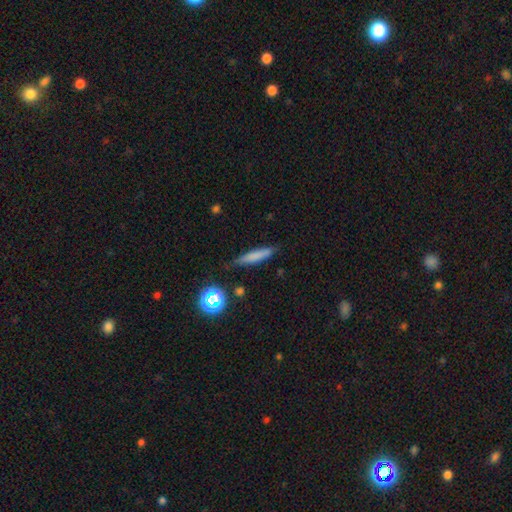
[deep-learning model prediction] Q: Smooth or featured?
A: smooth (71%); runner-up: featured or disk (18%)
Q: How rounded?
A: cigar-shaped (86%); runner-up: in between (11%)
Q: Merging?
A: none (79%); runner-up: minor disturbance (15%)